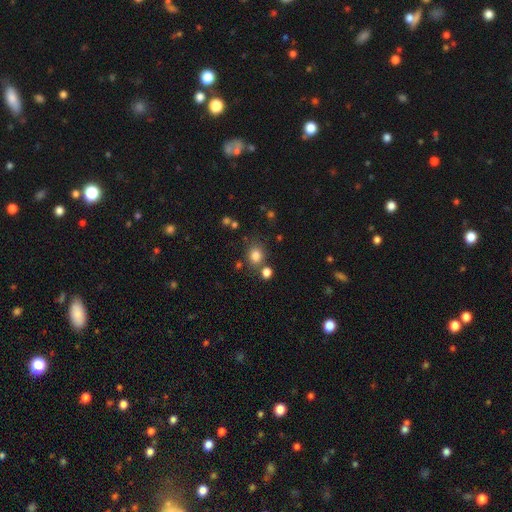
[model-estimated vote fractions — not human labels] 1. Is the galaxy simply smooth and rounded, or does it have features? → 80% smooth, 14% star or artifact, 6% featured or disk.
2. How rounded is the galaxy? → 67% round, 32% in between, 1% cigar-shaped.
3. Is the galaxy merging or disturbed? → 73% none, 12% merger, 11% minor disturbance, 4% major disturbance.